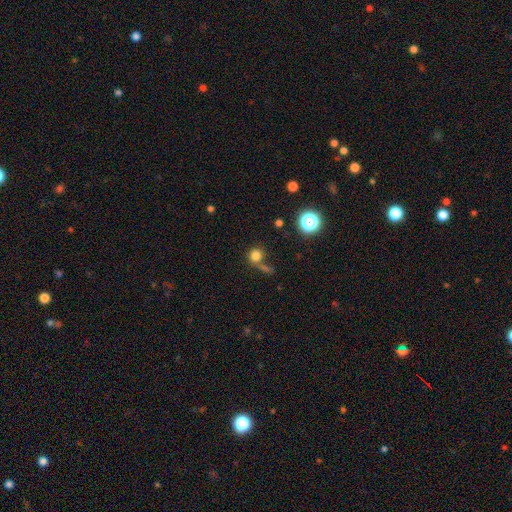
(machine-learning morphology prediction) Smooth or featured? smooth (76%)
How rounded? round (88%)
Merging? none (54%)